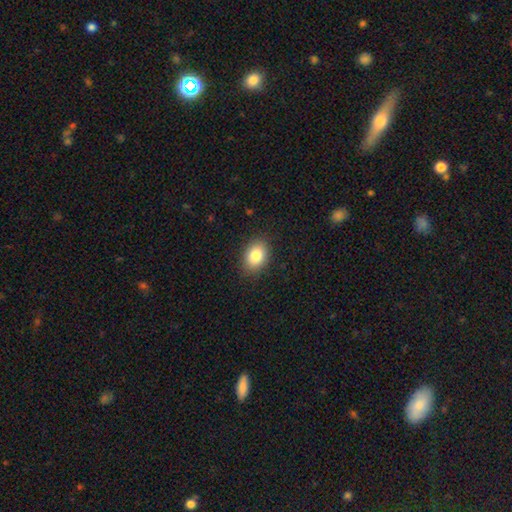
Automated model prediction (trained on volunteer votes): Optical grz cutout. It shows a smooth galaxy with no disk features (84%) that is in between round and cigar-shaped (77%). Merging: none (87%).